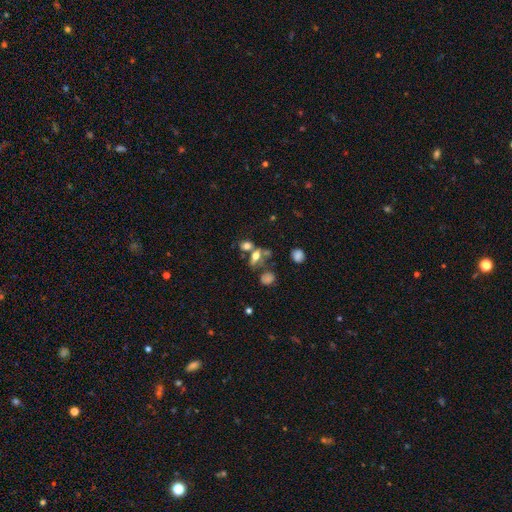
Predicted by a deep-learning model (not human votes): A smooth galaxy with no disk features (60%) that is in between round and cigar-shaped (67%).

Vote fractions:
- Smooth or featured? smooth: 60% / featured or disk: 25% / star or artifact: 15%
- How rounded? in between: 67% / round: 19% / cigar-shaped: 14%
- Merging? none: 42% / merger: 37% / minor disturbance: 13% / major disturbance: 9%